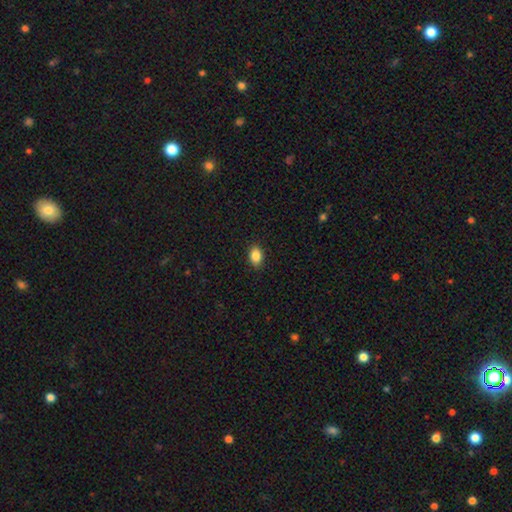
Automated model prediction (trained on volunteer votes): Smooth or featured? smooth (87%)
How rounded? in between (81%)
Merging? none (90%)